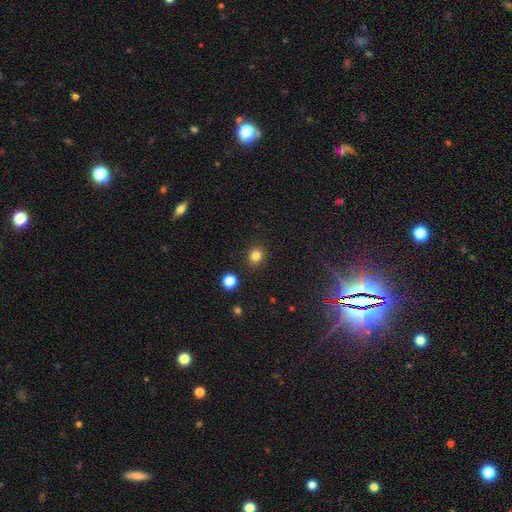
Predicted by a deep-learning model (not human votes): smooth-or-featured: smooth: 82% | star or artifact: 13% | featured or disk: 5%
  how-rounded: round: 80% | in between: 20% | cigar-shaped: 1%
  merging: none: 90% | minor disturbance: 6% | major disturbance: 2% | merger: 2%